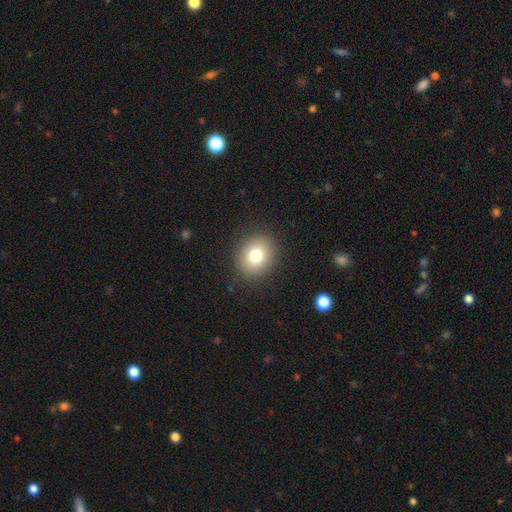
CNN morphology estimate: A smooth galaxy with no disk features (78%) that is round (67%).

Vote fractions:
- Smooth or featured? smooth: 78% / star or artifact: 11% / featured or disk: 10%
- How rounded? round: 67% / in between: 32% / cigar-shaped: 1%
- Merging? none: 89% / minor disturbance: 7% / major disturbance: 3% / merger: 1%